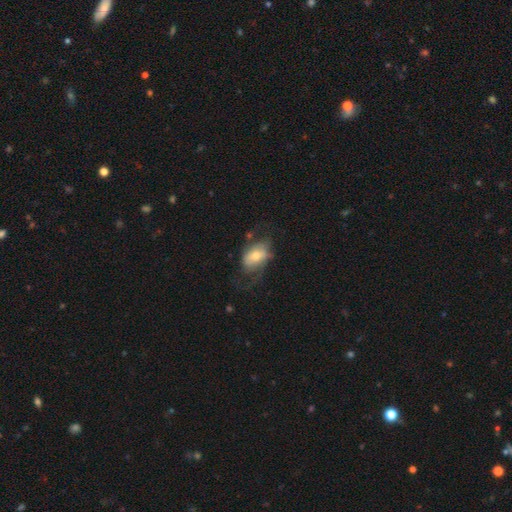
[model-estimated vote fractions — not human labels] A smooth galaxy with no disk features (47%). Merging: none (40%).